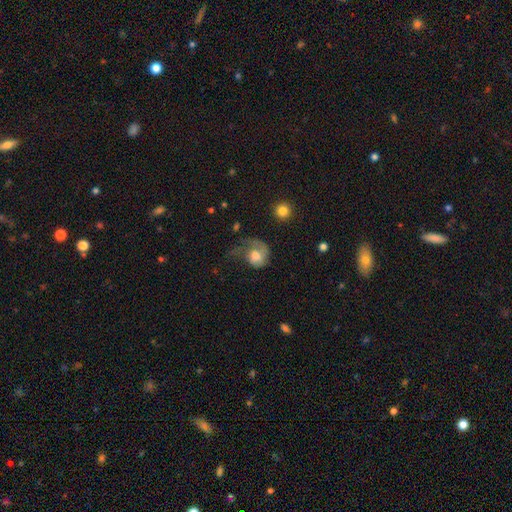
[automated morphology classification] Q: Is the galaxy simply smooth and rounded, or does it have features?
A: featured or disk — 47%.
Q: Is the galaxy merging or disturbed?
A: major disturbance — 55%.